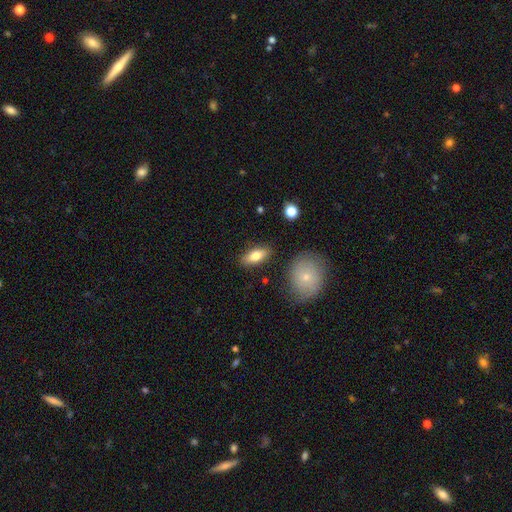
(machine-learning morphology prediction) Smooth or featured: smooth — 74% (featured or disk — 20%)
How rounded: in between — 79% (cigar-shaped — 18%)
Merging: none — 85% (minor disturbance — 10%)